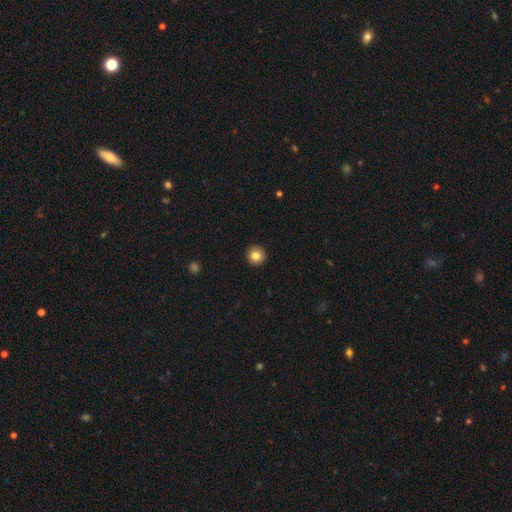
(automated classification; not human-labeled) A smooth galaxy with no disk features (83%) that is round (95%). Merging: none (93%).